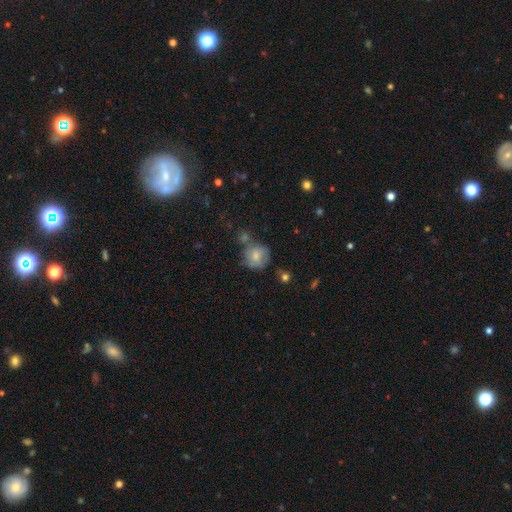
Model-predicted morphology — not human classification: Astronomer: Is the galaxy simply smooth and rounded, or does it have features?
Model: smooth — 71%.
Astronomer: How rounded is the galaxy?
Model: round — 78%.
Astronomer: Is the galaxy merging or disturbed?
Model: none — 52%.